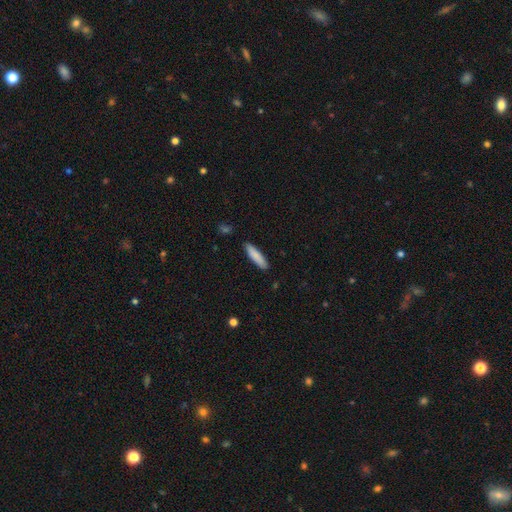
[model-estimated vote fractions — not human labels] Smooth or featured: smooth — 86% (featured or disk — 8%)
How rounded: cigar-shaped — 72% (in between — 27%)
Merging: none — 89% (minor disturbance — 8%)